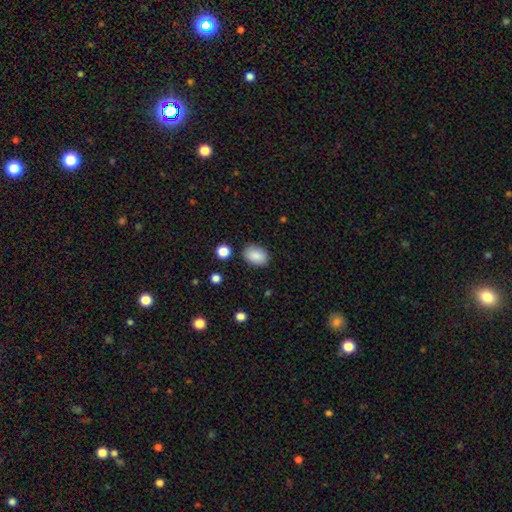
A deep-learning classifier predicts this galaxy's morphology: smooth_or_featured: smooth (p=0.87) [alt: star or artifact p=0.07]
how_rounded: in between (p=0.84) [alt: round p=0.15]
merging: none (p=0.85) [alt: minor disturbance p=0.11]